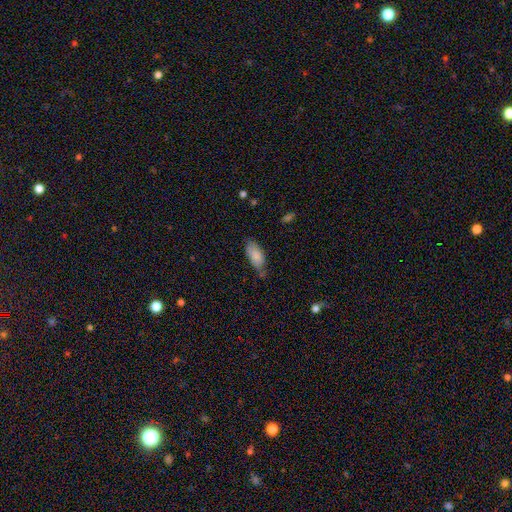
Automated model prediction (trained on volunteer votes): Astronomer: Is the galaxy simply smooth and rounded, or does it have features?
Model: smooth — 84%.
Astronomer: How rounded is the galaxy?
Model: in between — 90%.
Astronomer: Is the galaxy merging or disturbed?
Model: none — 55% (runner-up: minor disturbance, 33%).